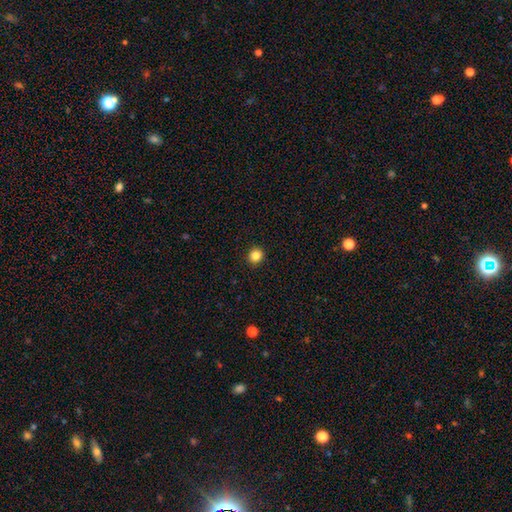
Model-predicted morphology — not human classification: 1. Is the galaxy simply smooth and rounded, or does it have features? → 84% smooth, 11% star or artifact, 4% featured or disk.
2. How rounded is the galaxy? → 91% round, 8% in between, 1% cigar-shaped.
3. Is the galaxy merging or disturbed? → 93% none, 5% minor disturbance, 2% major disturbance, 1% merger.